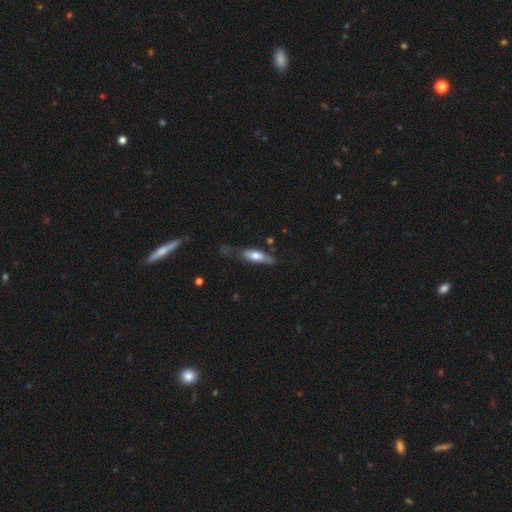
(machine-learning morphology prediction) smooth-or-featured: smooth: 57% | featured or disk: 37% | star or artifact: 6%
  how-rounded: cigar-shaped: 50% | in between: 47% | round: 2%
  merging: none: 50% | minor disturbance: 31% | major disturbance: 14% | merger: 4%